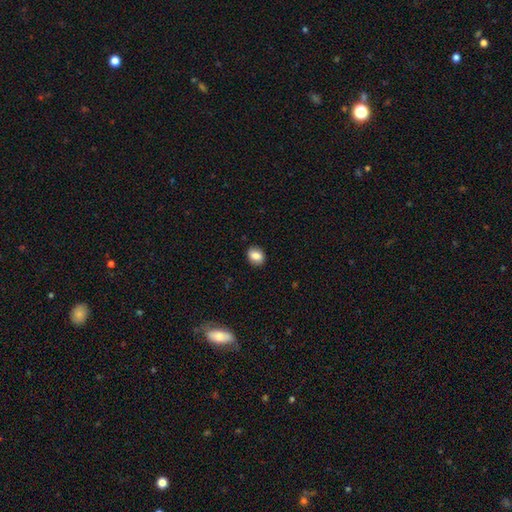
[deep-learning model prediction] Smooth or featured?
  - smooth: 84% *
  - star or artifact: 9%
  - featured or disk: 8%
How rounded?
  - in between: 52% *
  - round: 46%
  - cigar-shaped: 1%
Merging?
  - none: 89% *
  - minor disturbance: 8%
  - major disturbance: 2%
  - merger: 1%